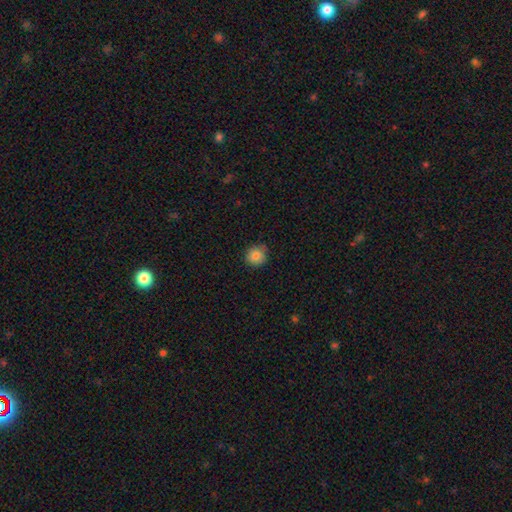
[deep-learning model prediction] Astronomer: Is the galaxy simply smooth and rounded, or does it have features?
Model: smooth — 83%.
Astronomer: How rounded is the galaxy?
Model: round — 91%.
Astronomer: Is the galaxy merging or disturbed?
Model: none — 83%.